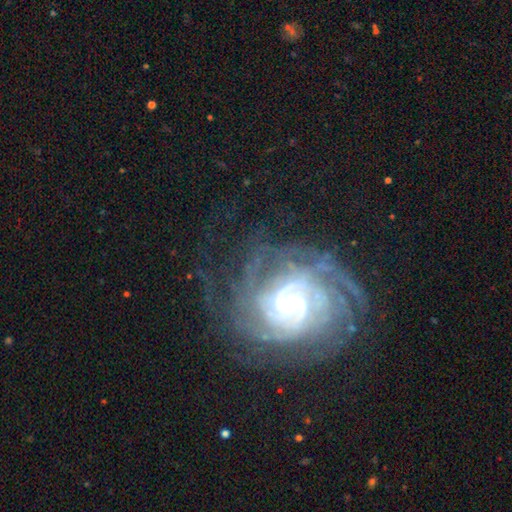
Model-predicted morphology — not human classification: smooth-or-featured: featured or disk: 88% | star or artifact: 7% | smooth: 5%
  disk-edge-on: no: 97% | yes: 3%
    bar: no: 56% | weak: 30% | strong: 13%
    has-spiral-arms: yes: 98% | no: 2%
      spiral-winding: tight: 77% | medium: 19% | loose: 4%
      spiral-arm-count: can't tell: 27% | 4: 19% | more than 4: 18% | 3: 14% | 2: 14% | 1: 9%
    bulge-size: small: 63% | moderate: 31% | large: 4% | none: 1% | dominant: 1%
  merging: none: 73% | minor disturbance: 15% | major disturbance: 10% | merger: 2%